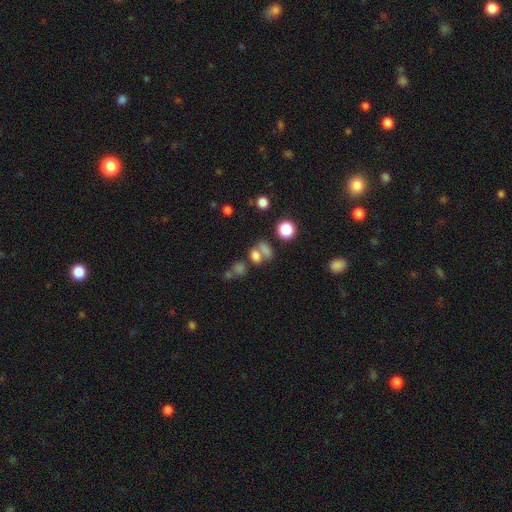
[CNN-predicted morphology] smooth-or-featured: smooth: 70% | star or artifact: 18% | featured or disk: 11%
  how-rounded: in between: 59% | round: 38% | cigar-shaped: 3%
  merging: merger: 42% | none: 40% | minor disturbance: 11% | major disturbance: 7%